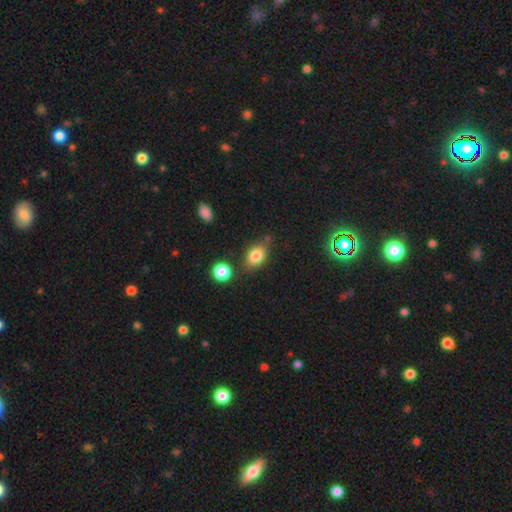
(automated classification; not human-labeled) This is clearly a smooth galaxy (81%). How rounded: likely in between (74%). Merging: likely none (71%).